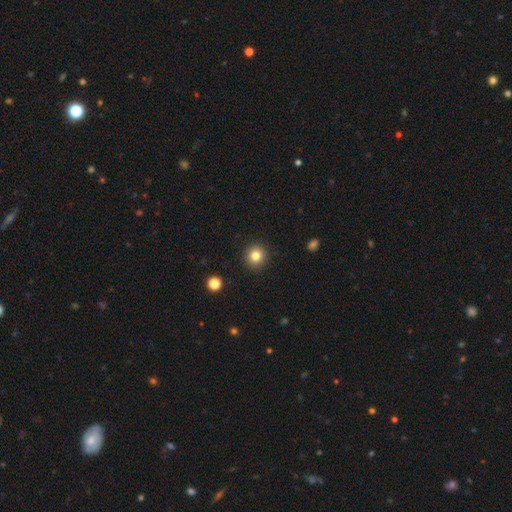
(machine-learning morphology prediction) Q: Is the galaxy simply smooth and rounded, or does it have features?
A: smooth — 83%.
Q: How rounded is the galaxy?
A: round — 94%.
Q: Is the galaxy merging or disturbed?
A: none — 92%.